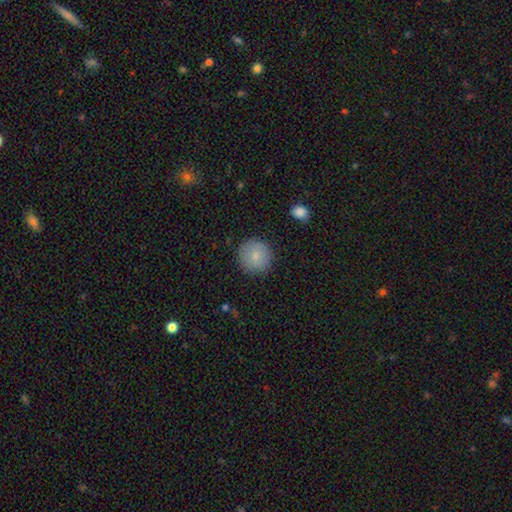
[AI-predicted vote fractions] smooth_or_featured: smooth (p=0.82) [alt: featured or disk p=0.10]
how_rounded: round (p=0.95) [alt: in between p=0.04]
merging: none (p=0.87) [alt: minor disturbance p=0.09]